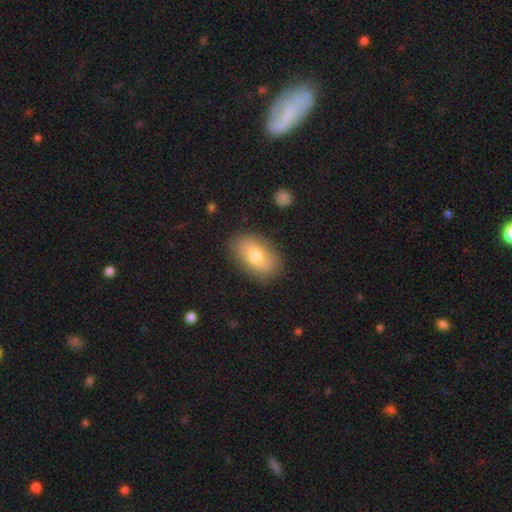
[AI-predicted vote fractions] The model was most divided on "smooth or featured": smooth: 71%, featured or disk: 21%, star or artifact: 8%. More confident: how rounded — in between (89%); merging — none (85%).